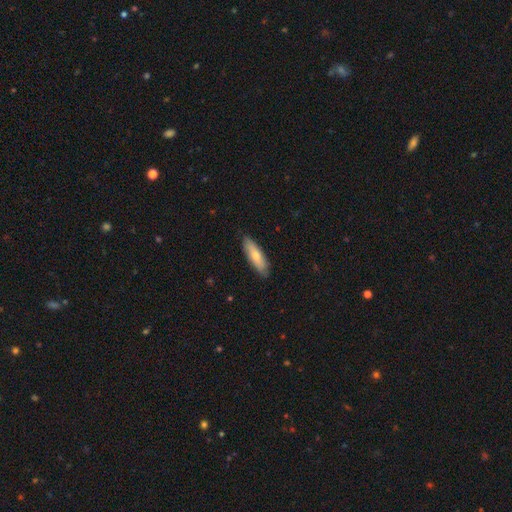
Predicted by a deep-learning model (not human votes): This appears to be a smooth galaxy with no disk features (70%) that is cigar-shaped (56%). Merging: none (87%).